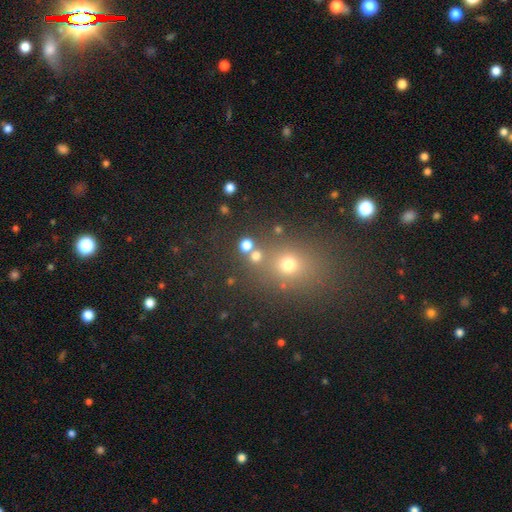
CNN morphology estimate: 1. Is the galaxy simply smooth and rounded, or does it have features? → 71% smooth, 22% star or artifact, 8% featured or disk.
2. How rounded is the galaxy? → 84% round, 15% in between, 1% cigar-shaped.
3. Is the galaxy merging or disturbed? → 72% none, 15% merger, 8% minor disturbance, 4% major disturbance.